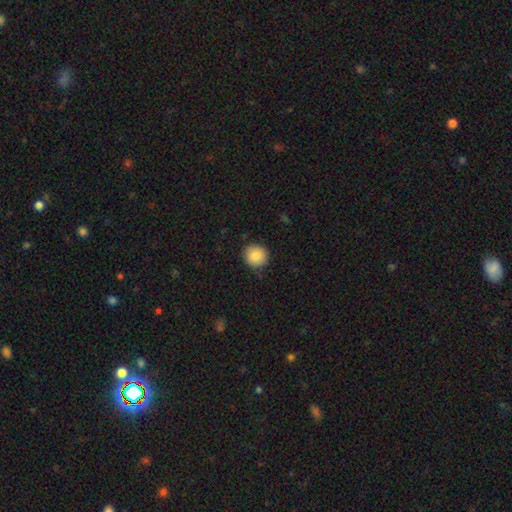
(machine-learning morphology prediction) smooth 86%, star or artifact 8%, featured or disk 5%. Down the decision tree: how rounded — round (91%); merging — none (87%).